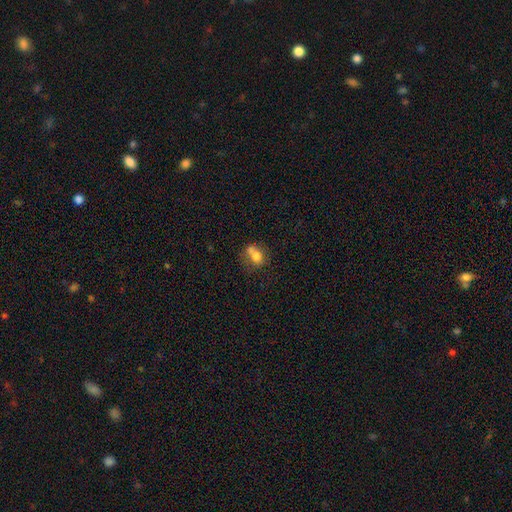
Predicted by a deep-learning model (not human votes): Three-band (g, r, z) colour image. It shows a smooth galaxy with no disk features (71%) that is in between round and cigar-shaped (53%). Merging: merger (46%).